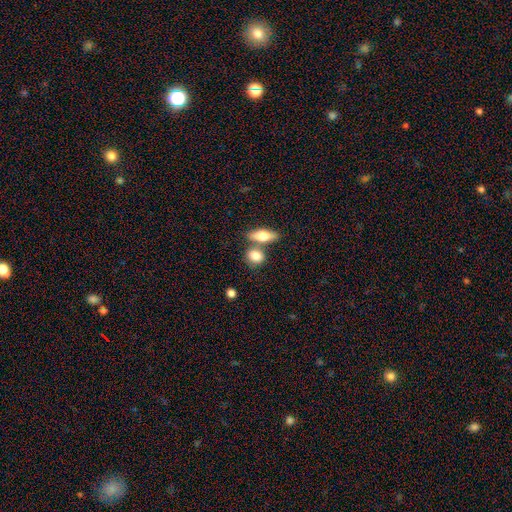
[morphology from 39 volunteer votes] smooth_or_featured: smooth (p=0.85) [alt: star or artifact p=0.10]
how_rounded: in between (p=0.64) [alt: round p=0.33]
merging: none (p=0.60) [alt: merger p=0.26]